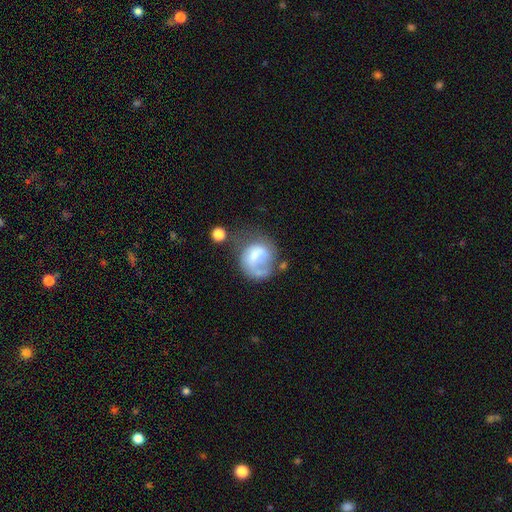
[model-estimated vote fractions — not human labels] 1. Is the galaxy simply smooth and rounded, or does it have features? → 49% smooth, 43% featured or disk, 8% star or artifact.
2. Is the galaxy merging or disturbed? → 35% none, 34% major disturbance, 22% minor disturbance, 10% merger.